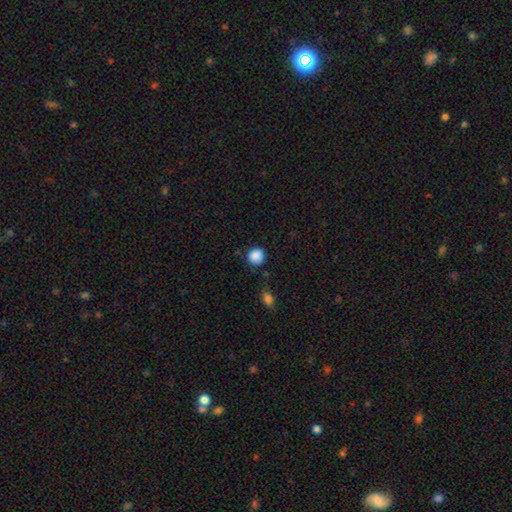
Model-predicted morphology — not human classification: The model was most divided on "merging": none: 82%, minor disturbance: 12%, major disturbance: 3%, merger: 3%. More confident: how rounded — round (89%); smooth or featured — smooth (88%).